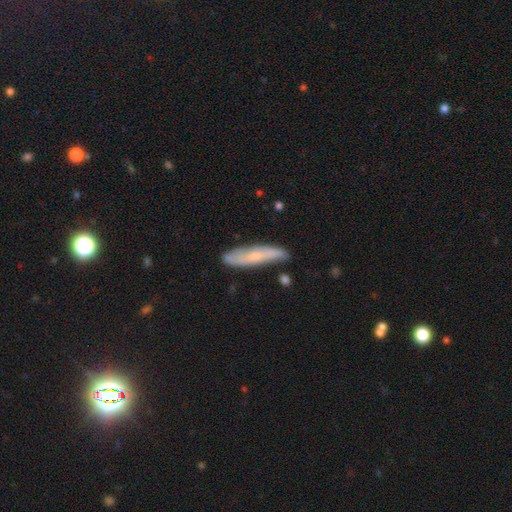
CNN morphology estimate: This appears to be a smooth galaxy with no disk features (52%) that is cigar-shaped (85%). Merging: none (80%).